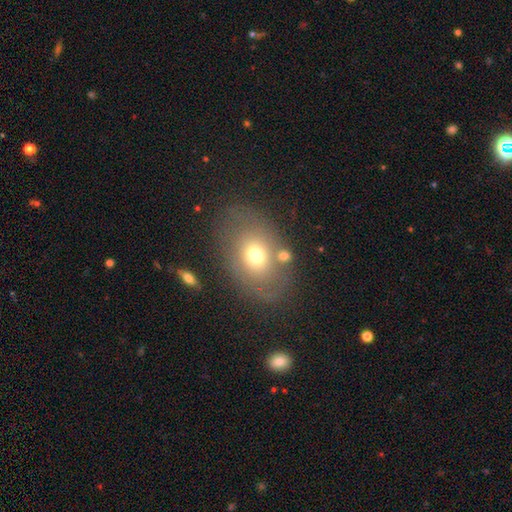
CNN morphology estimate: smooth_or_featured: smooth (p=0.59) [alt: featured or disk p=0.30]
how_rounded: in between (p=0.74) [alt: round p=0.25]
merging: none (p=0.67) [alt: minor disturbance p=0.17]